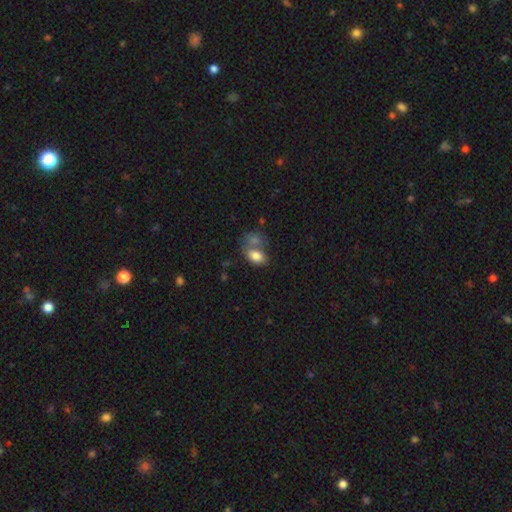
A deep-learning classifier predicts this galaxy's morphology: Smooth or featured? Predicted: smooth (p=0.81). How rounded? Predicted: in between (p=0.87). Merging? Predicted: none (p=0.42).